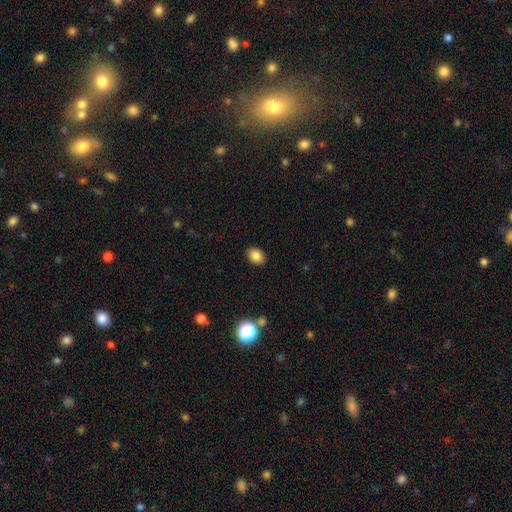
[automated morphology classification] Smooth or featured?
  - smooth: 85% *
  - star or artifact: 10%
  - featured or disk: 5%
How rounded?
  - in between: 69% *
  - round: 30%
  - cigar-shaped: 1%
Merging?
  - none: 90% *
  - minor disturbance: 7%
  - major disturbance: 2%
  - merger: 1%